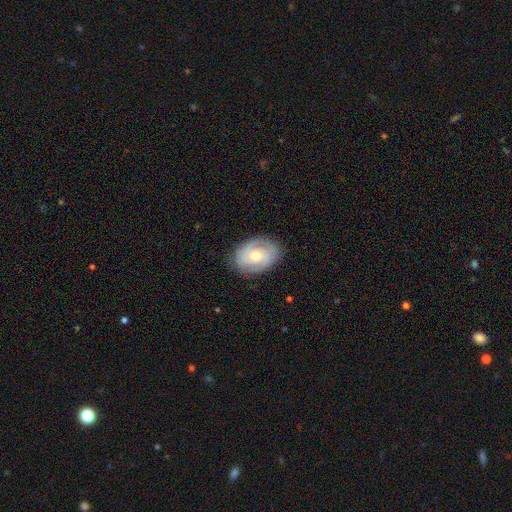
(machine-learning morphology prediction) A featured or disk galaxy (61%) with no bar (72%), spiral arms (73%) and a moderate central bulge (75%). Merging: none (80%).